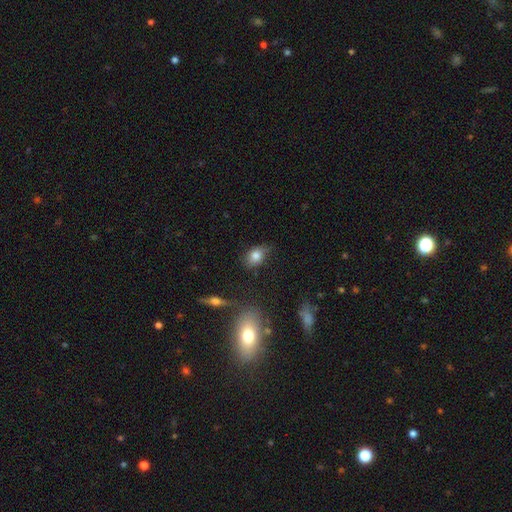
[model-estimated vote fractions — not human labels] Smooth or featured: smooth — 80% (featured or disk — 11%)
How rounded: in between — 73% (round — 25%)
Merging: none — 66% (minor disturbance — 26%)